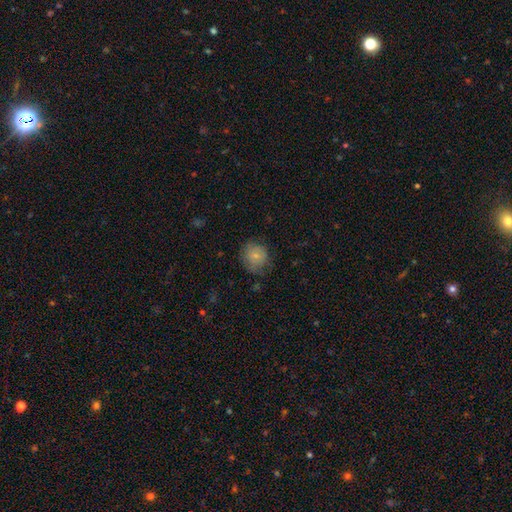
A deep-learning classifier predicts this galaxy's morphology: Smooth or featured? smooth (75%)
How rounded? round (85%)
Merging? none (69%)